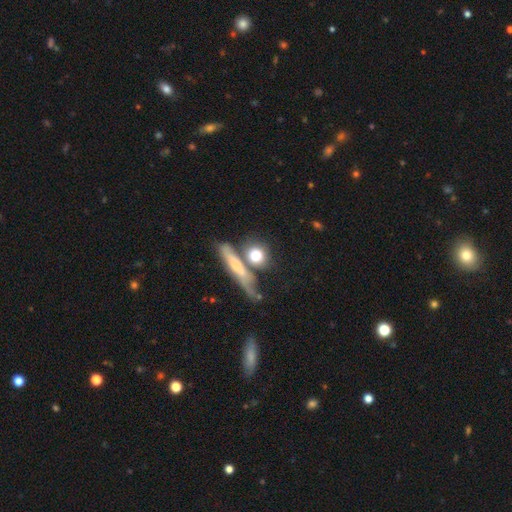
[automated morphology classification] smooth_or_featured: smooth (p=0.71) [alt: featured or disk p=0.20]
how_rounded: round (p=0.62) [alt: in between p=0.20]
merging: none (p=0.56) [alt: merger p=0.24]